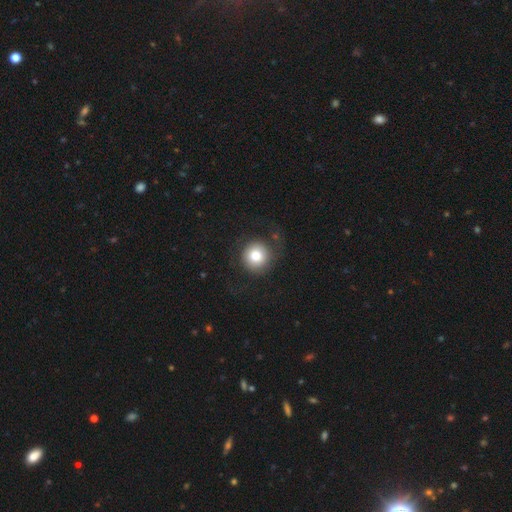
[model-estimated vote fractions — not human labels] smooth 79%, featured or disk 12%, star or artifact 9%. Down the decision tree: how rounded — round (94%); merging — none (78%).